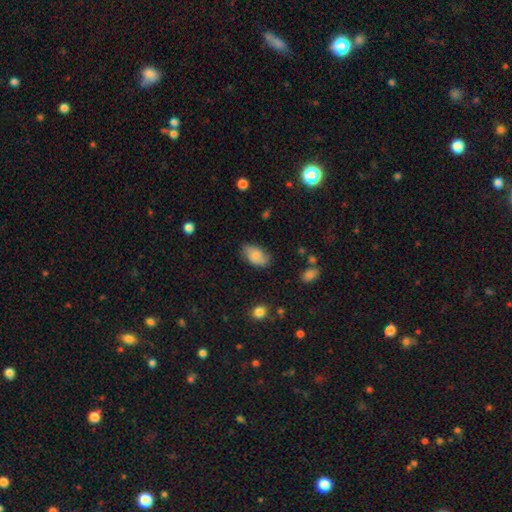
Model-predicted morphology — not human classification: This is likely a smooth galaxy (75%). How rounded: clearly in between (92%). Merging: likely none (71%).